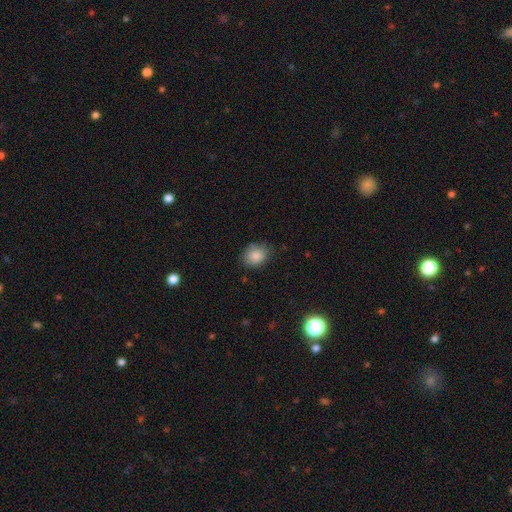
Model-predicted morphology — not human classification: smooth-or-featured: smooth: 86% | star or artifact: 8% | featured or disk: 6%
  how-rounded: round: 55% | in between: 44% | cigar-shaped: 1%
  merging: none: 73% | minor disturbance: 21% | major disturbance: 4% | merger: 1%